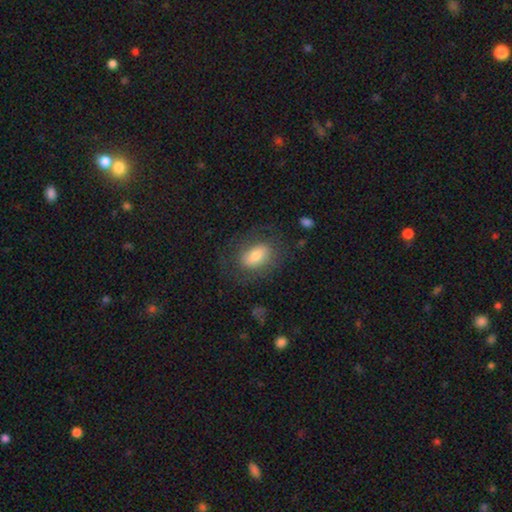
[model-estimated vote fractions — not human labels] This appears to be a smooth galaxy with no disk features (63%) that is in between round and cigar-shaped (79%). Merging: none (68%).